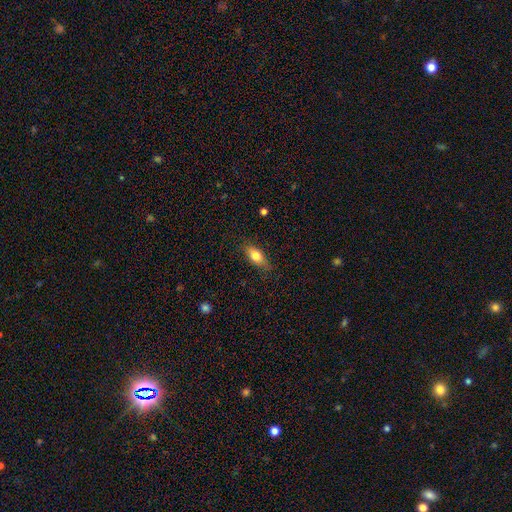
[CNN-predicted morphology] Smooth or featured: smooth — 77% (featured or disk — 16%)
How rounded: in between — 79% (cigar-shaped — 17%)
Merging: none — 80% (minor disturbance — 16%)